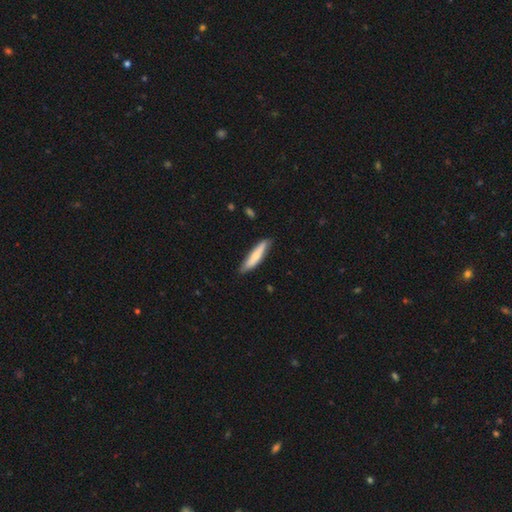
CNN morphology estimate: Overall: smooth (66%; featured or disk 29%). How rounded: cigar-shaped (83%). Merging: none (80%).